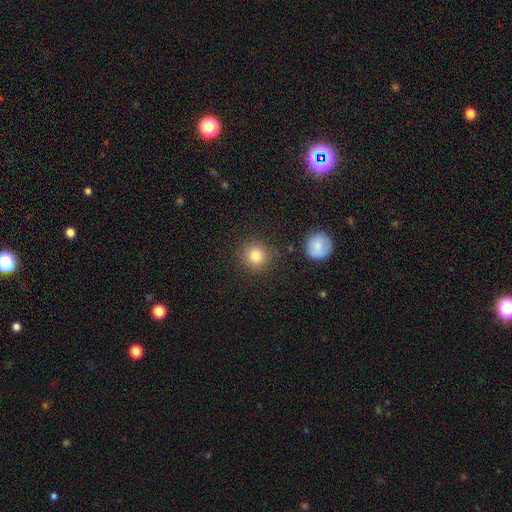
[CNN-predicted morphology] smooth-or-featured: smooth: 83% | star or artifact: 11% | featured or disk: 6%
  how-rounded: round: 91% | in between: 8% | cigar-shaped: 1%
  merging: none: 85% | minor disturbance: 8% | merger: 4% | major disturbance: 3%